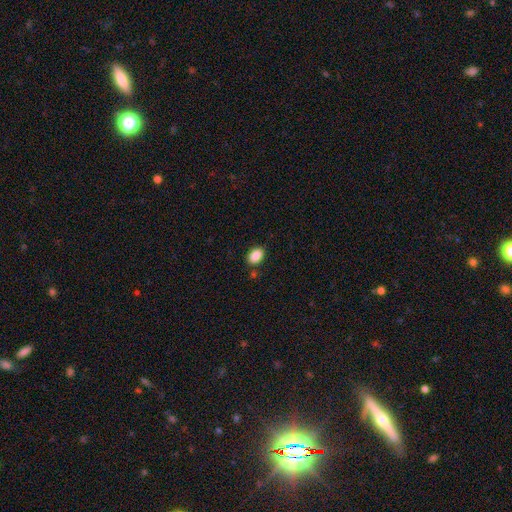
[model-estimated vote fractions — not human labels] Smooth or featured: smooth — 88% (star or artifact — 8%)
How rounded: in between — 85% (round — 14%)
Merging: none — 85% (minor disturbance — 10%)